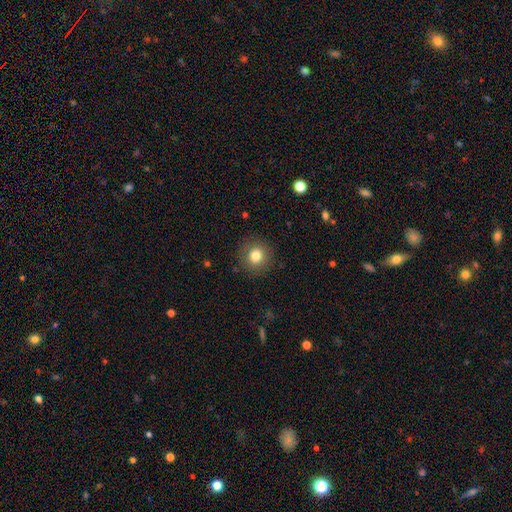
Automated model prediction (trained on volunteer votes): smooth-or-featured: smooth: 81% | star or artifact: 11% | featured or disk: 9%
  how-rounded: round: 90% | in between: 9% | cigar-shaped: 1%
  merging: none: 89% | minor disturbance: 7% | major disturbance: 3% | merger: 1%